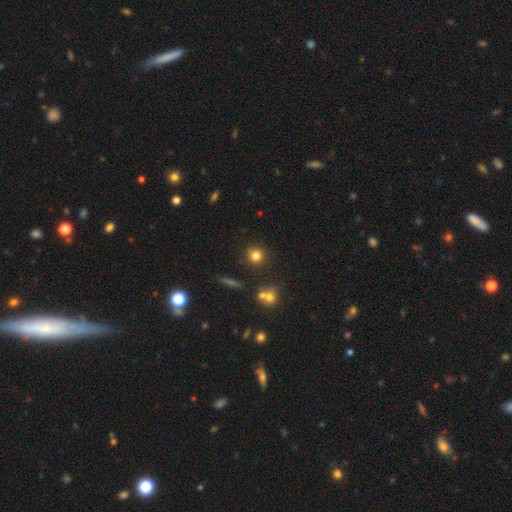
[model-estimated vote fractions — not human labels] A smooth galaxy with no disk features (78%) that is round (89%).

Vote fractions:
- Smooth or featured? smooth: 78% / star or artifact: 13% / featured or disk: 8%
- How rounded? round: 89% / in between: 9% / cigar-shaped: 2%
- Merging? none: 81% / minor disturbance: 9% / merger: 6% / major disturbance: 3%